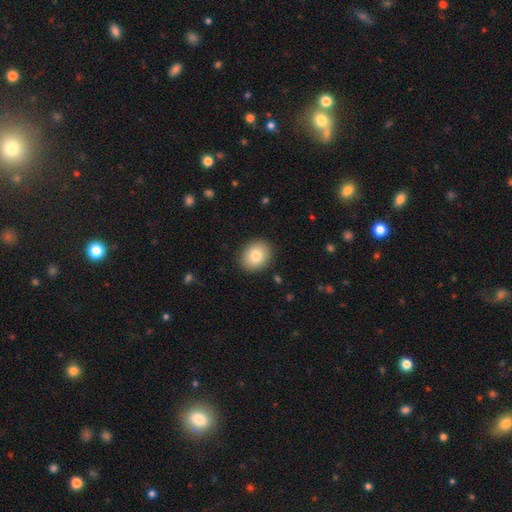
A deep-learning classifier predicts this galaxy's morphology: Overall: smooth (81%). How rounded: round (66%; in between 34%). Merging: none (90%).